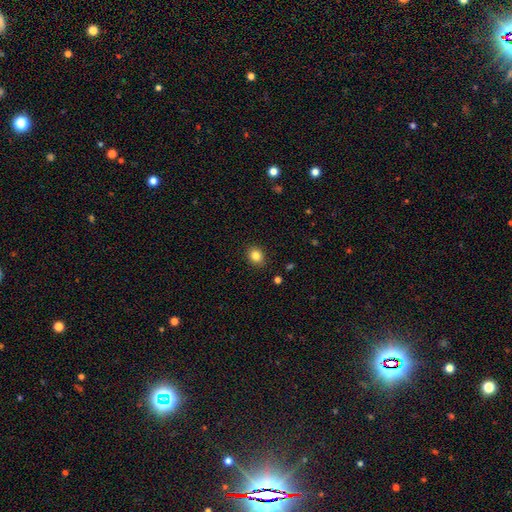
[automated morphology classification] smooth_or_featured: smooth (p=0.83) [alt: star or artifact p=0.11]
how_rounded: round (p=0.63) [alt: in between p=0.36]
merging: none (p=0.90) [alt: minor disturbance p=0.07]